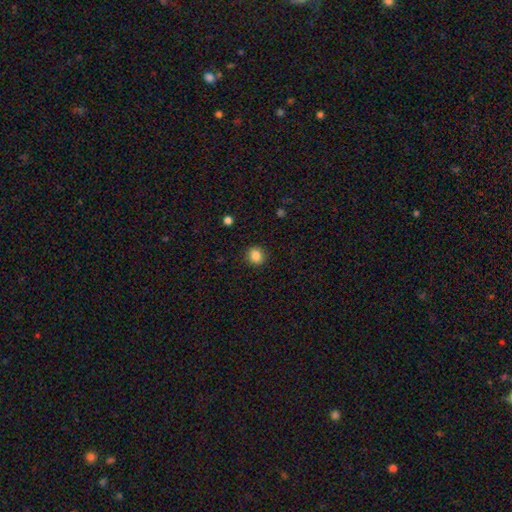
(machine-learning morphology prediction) type=smooth (86%); roundness=round (79%); merging=none (88%).